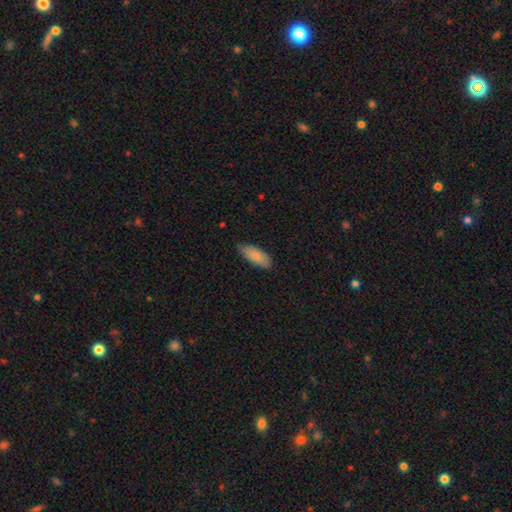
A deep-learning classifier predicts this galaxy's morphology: Smooth or featured? Predicted: smooth (p=0.86). How rounded? Predicted: in between (p=0.82). Merging? Predicted: none (p=0.76).